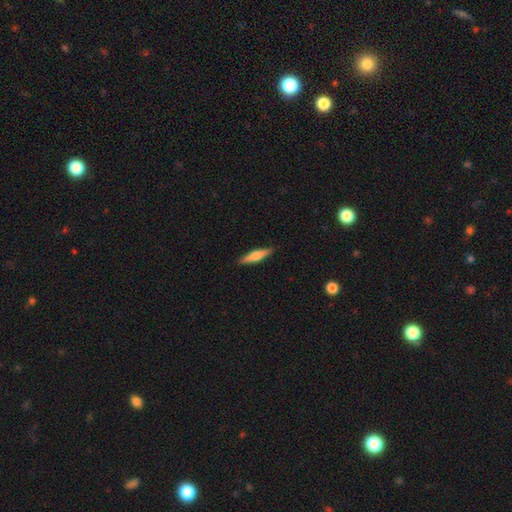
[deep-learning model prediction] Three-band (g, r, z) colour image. It shows a smooth galaxy with no disk features (62%) that is cigar-shaped (77%). Merging: none (90%).